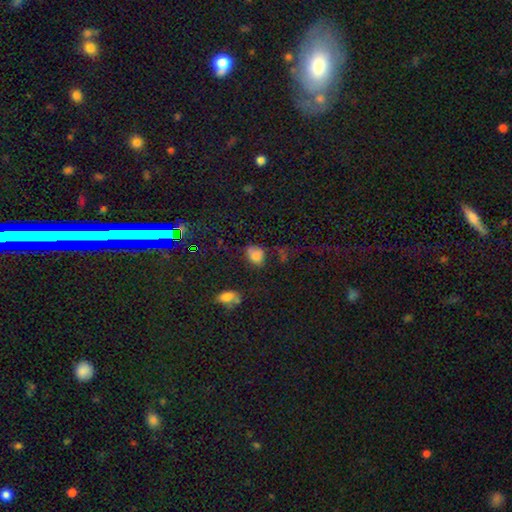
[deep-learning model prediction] smooth_or_featured: smooth (p=0.75) [alt: star or artifact p=0.16]
how_rounded: in between (p=0.71) [alt: round p=0.27]
merging: none (p=0.55) [alt: minor disturbance p=0.26]